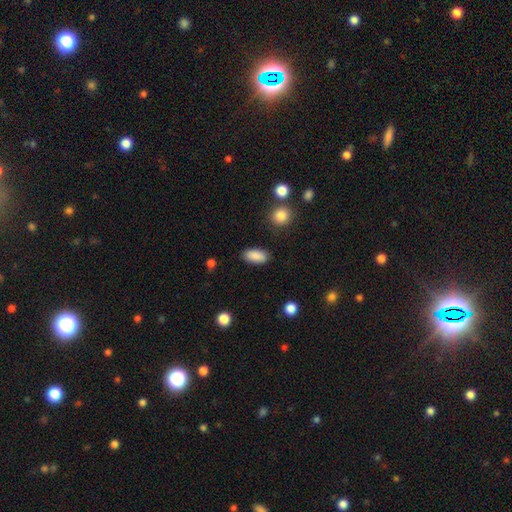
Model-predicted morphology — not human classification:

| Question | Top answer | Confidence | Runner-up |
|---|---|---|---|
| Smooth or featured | smooth | 88% | star or artifact (7%) |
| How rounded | in between | 91% | cigar-shaped (6%) |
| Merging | none | 86% | minor disturbance (10%) |